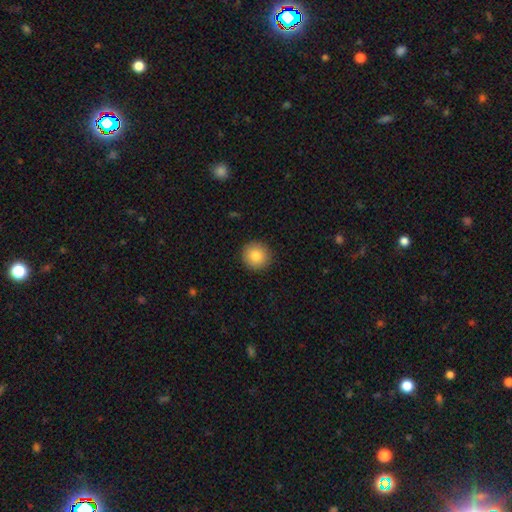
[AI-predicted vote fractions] A smooth galaxy with no disk features (84%) that is round (94%).

Vote fractions:
- Smooth or featured? smooth: 84% / star or artifact: 9% / featured or disk: 7%
- How rounded? round: 94% / in between: 5% / cigar-shaped: 1%
- Merging? none: 92% / minor disturbance: 6% / major disturbance: 2% / merger: 1%